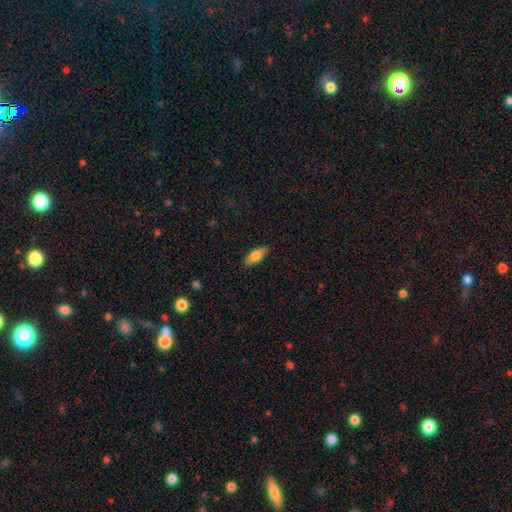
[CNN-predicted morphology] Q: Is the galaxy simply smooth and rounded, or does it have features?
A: smooth — 77%.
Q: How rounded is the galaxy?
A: in between — 74%.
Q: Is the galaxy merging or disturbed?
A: none — 87%.